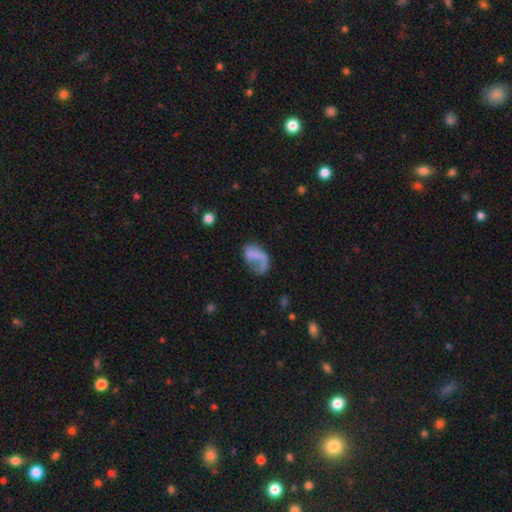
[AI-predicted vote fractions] Smooth or featured?
  - smooth: 47% *
  - featured or disk: 43%
  - star or artifact: 10%
Merging?
  - major disturbance: 47% *
  - none: 27%
  - minor disturbance: 20%
  - merger: 7%